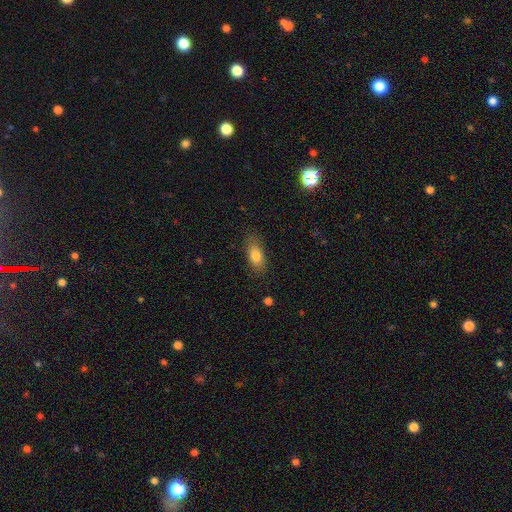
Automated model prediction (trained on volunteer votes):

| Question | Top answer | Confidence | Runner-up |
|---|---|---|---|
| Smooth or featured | smooth | 81% | featured or disk (11%) |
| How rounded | in between | 85% | cigar-shaped (10%) |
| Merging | none | 81% | minor disturbance (14%) |